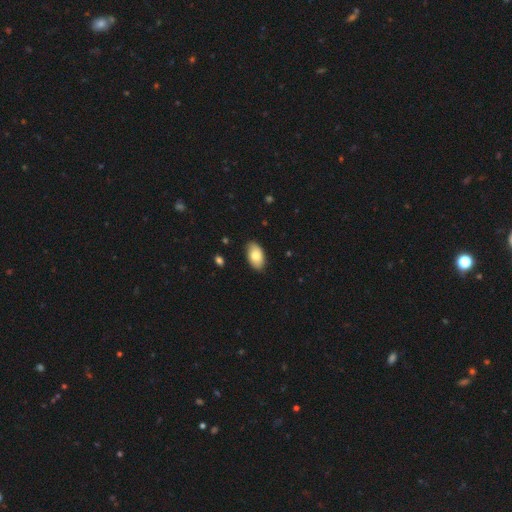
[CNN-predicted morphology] Q: Smooth or featured?
A: smooth (78%); runner-up: featured or disk (16%)
Q: How rounded?
A: in between (94%); runner-up: round (4%)
Q: Merging?
A: none (86%); runner-up: minor disturbance (11%)